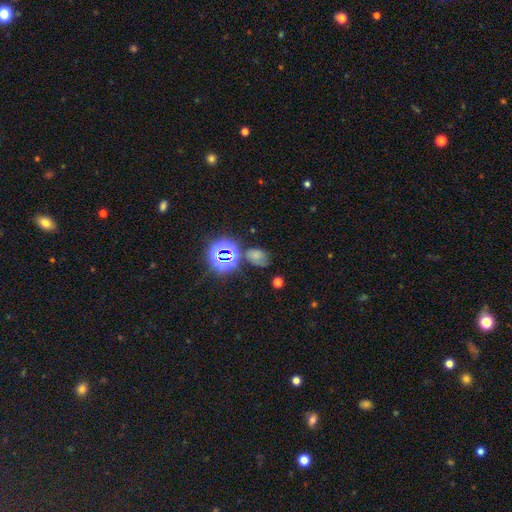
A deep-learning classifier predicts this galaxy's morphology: Smooth or featured?
  - smooth: 56% *
  - star or artifact: 31%
  - featured or disk: 13%
How rounded?
  - in between: 66% *
  - round: 32%
  - cigar-shaped: 1%
Merging?
  - none: 51% *
  - minor disturbance: 27%
  - major disturbance: 13%
  - merger: 9%